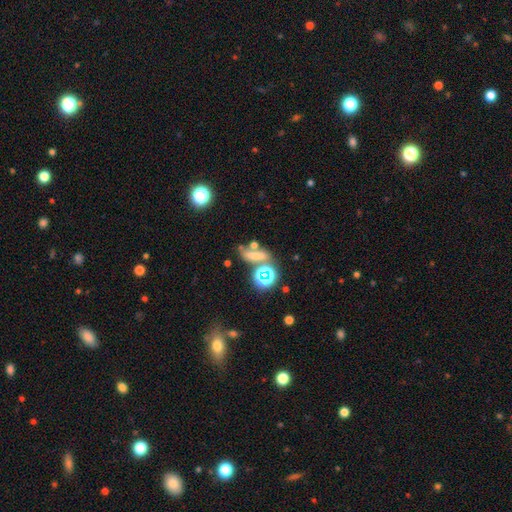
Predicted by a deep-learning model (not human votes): This appears to be a smooth galaxy with no disk features (55%) that is in between round and cigar-shaped (46%). Merging: none (46%).